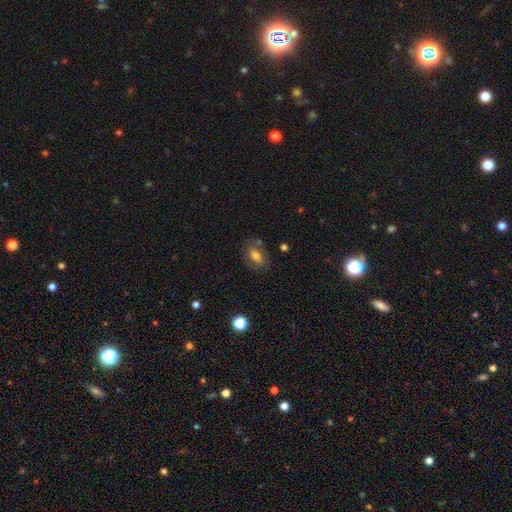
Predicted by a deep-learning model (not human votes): Q: Smooth or featured?
A: smooth (65%); runner-up: featured or disk (26%)
Q: How rounded?
A: in between (85%); runner-up: round (9%)
Q: Merging?
A: none (72%); runner-up: minor disturbance (16%)